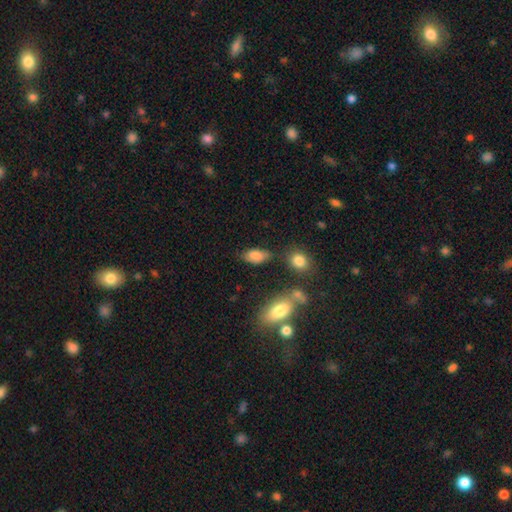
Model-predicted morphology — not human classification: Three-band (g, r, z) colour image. It shows a smooth galaxy with no disk features (82%) that is in between round and cigar-shaped (89%). Merging: none (63%).